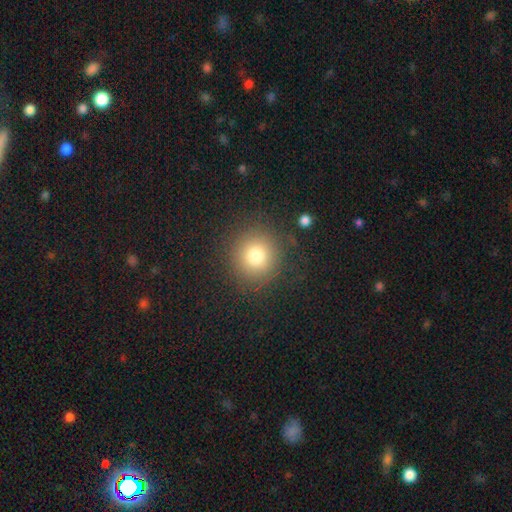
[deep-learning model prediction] Smooth or featured? smooth (78%)
How rounded? round (93%)
Merging? none (86%)